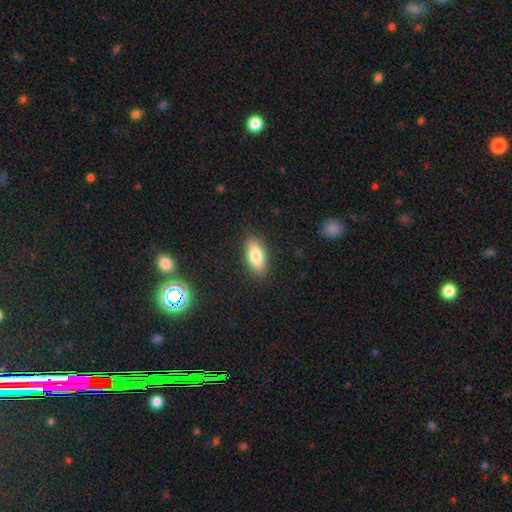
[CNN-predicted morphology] The model was most divided on "smooth or featured": smooth: 78%, featured or disk: 15%, star or artifact: 7%. More confident: merging — none (88%); how rounded — in between (81%).